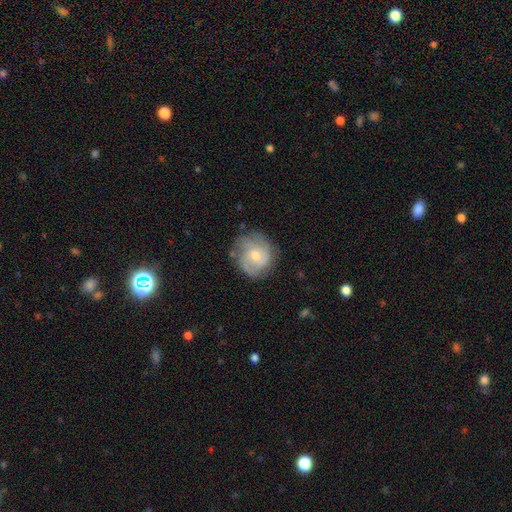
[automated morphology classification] Smooth or featured?
  - featured or disk: 75% *
  - smooth: 18%
  - star or artifact: 7%
Edge-on disk?
  - no: 98% *
  - yes: 2%
Bar?
  - no: 66% *
  - weak: 29%
  - strong: 5%
Spiral arms?
  - yes: 93% *
  - no: 7%
Spiral winding?
  - tight: 45% *
  - medium: 42%
  - loose: 13%
Spiral arm count?
  - 2: 44% *
  - 3: 25%
  - can't tell: 19%
  - 4: 4%
  - 1: 4%
  - more than 4: 3%
Bulge size?
  - small: 49% *
  - moderate: 48%
  - large: 2%
  - none: 1%
  - dominant: 1%
Merging?
  - none: 75% *
  - minor disturbance: 18%
  - major disturbance: 6%
  - merger: 2%